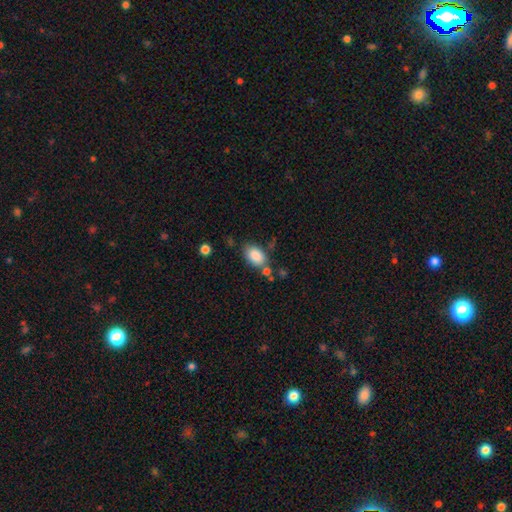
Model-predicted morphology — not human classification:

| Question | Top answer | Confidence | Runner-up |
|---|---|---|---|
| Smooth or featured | smooth | 87% | star or artifact (7%) |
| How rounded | in between | 88% | round (10%) |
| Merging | none | 66% | minor disturbance (18%) |